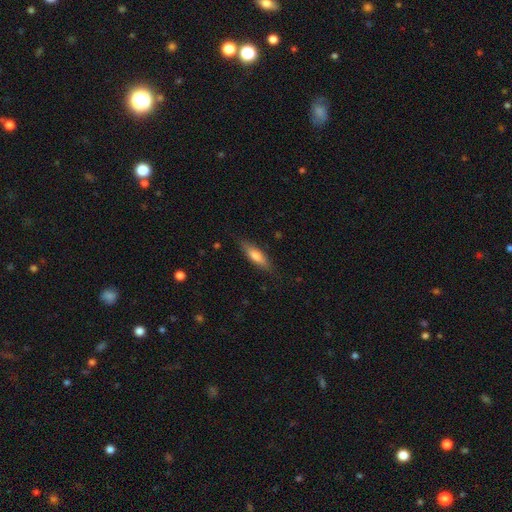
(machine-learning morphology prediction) This is likely a smooth galaxy (71%). How rounded: possibly cigar-shaped (56%). Merging: clearly none (81%).